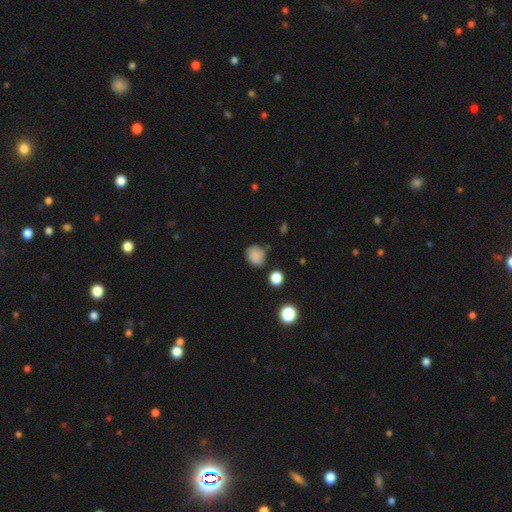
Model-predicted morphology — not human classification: Smooth or featured? Predicted: smooth (p=0.82). How rounded? Predicted: round (p=0.73). Merging? Predicted: none (p=0.69).